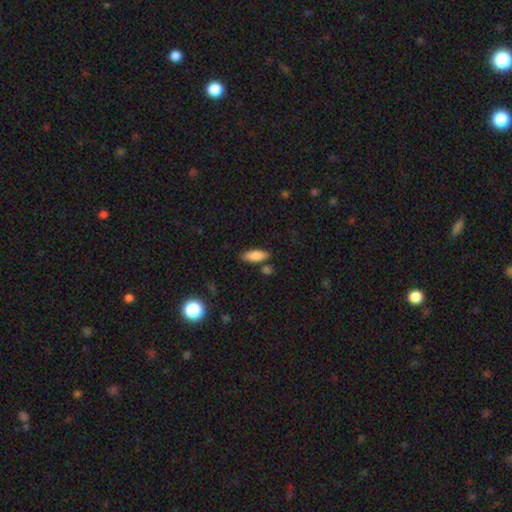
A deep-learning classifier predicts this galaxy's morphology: This is clearly a smooth galaxy (85%). How rounded: likely in between (69%). Merging: likely none (79%).